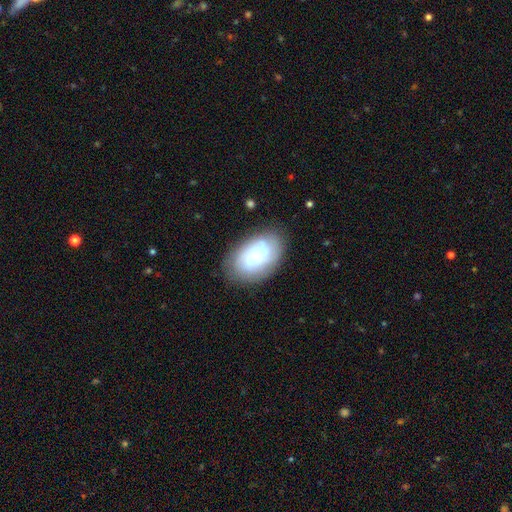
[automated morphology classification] A featured or disk galaxy (56%) with no bar (71%), spiral arms (79%) and a small central bulge (46%). Merging: none (76%).